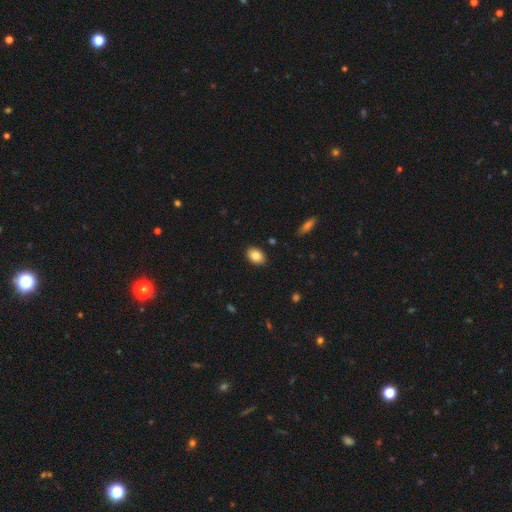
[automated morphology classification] The model was most divided on "how rounded": in between: 82%, round: 17%, cigar-shaped: 1%. More confident: merging — none (89%); smooth or featured — smooth (84%).